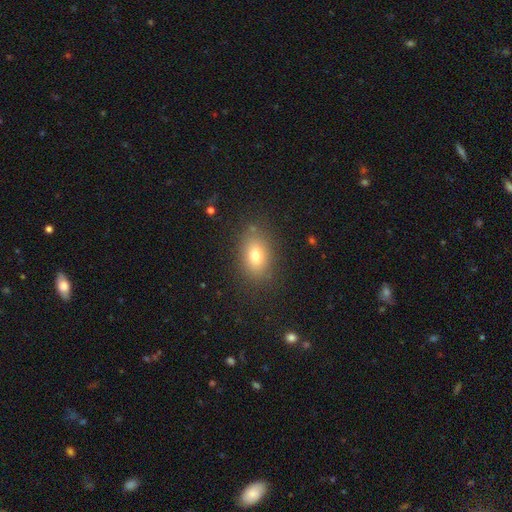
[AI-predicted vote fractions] A smooth galaxy with no disk features (76%) that is in between round and cigar-shaped (81%).

Vote fractions:
- Smooth or featured? smooth: 76% / featured or disk: 13% / star or artifact: 12%
- How rounded? in between: 81% / round: 16% / cigar-shaped: 2%
- Merging? none: 84% / minor disturbance: 11% / major disturbance: 4% / merger: 2%